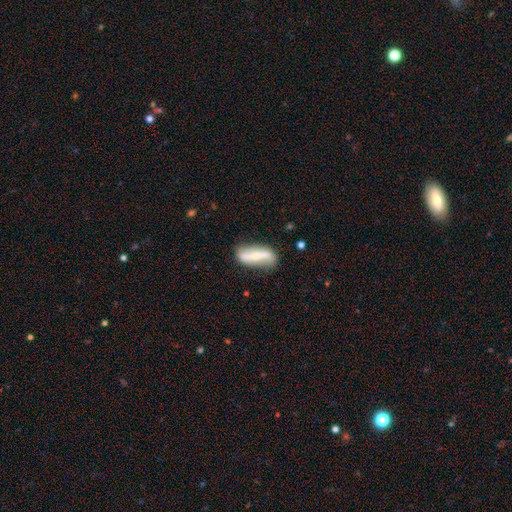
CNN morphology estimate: The model was most divided on "smooth or featured": featured or disk: 54%, smooth: 39%, star or artifact: 7%. More confident: edge-on disk — no (80%); merging — none (74%).